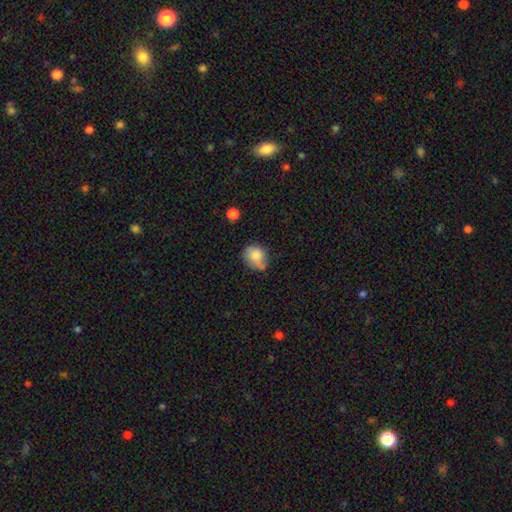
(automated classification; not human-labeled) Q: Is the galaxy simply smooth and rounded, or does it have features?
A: smooth — 80%.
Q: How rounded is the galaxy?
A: round — 64%.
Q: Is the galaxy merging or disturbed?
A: none — 51%.